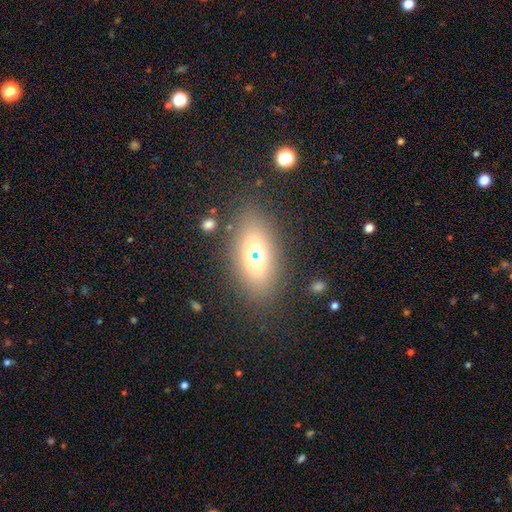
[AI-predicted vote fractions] Overall: smooth (59%; featured or disk 20%). How rounded: in between (81%). Merging: none (82%).